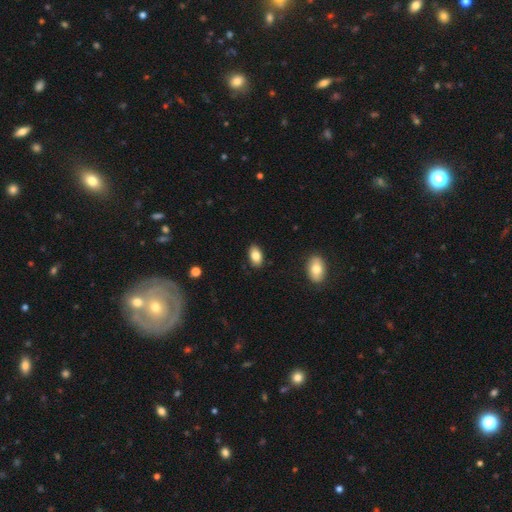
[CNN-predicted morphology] This is clearly a smooth galaxy (83%). How rounded: clearly in between (92%). Merging: clearly none (88%).